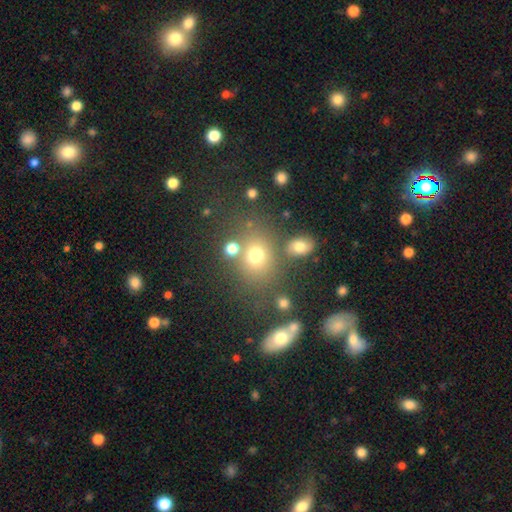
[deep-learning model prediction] A smooth galaxy with no disk features (70%) that is round (63%). Merging: none (67%).